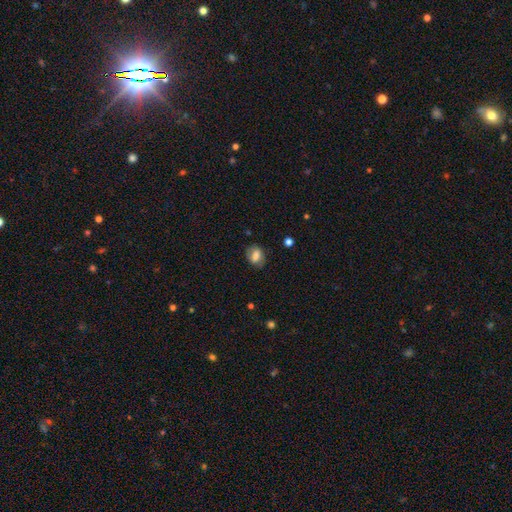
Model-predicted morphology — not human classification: smooth_or_featured: smooth (p=0.70) [alt: featured or disk p=0.21]
how_rounded: in between (p=0.63) [alt: round p=0.36]
merging: none (p=0.73) [alt: minor disturbance p=0.19]